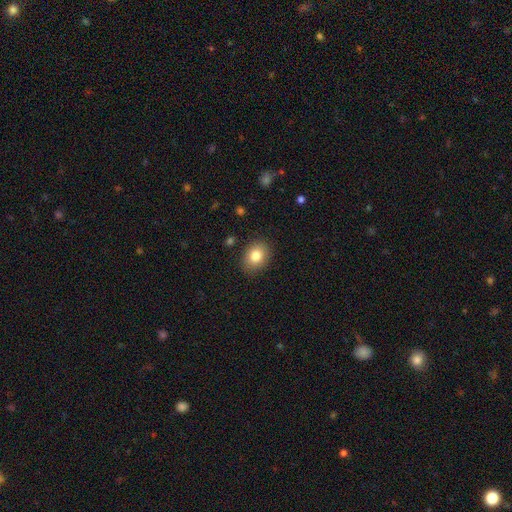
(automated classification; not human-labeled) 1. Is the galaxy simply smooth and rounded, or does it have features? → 82% smooth, 9% star or artifact, 9% featured or disk.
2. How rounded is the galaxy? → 58% in between, 42% round, 1% cigar-shaped.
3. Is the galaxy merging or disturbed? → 86% none, 10% minor disturbance, 2% major disturbance, 1% merger.